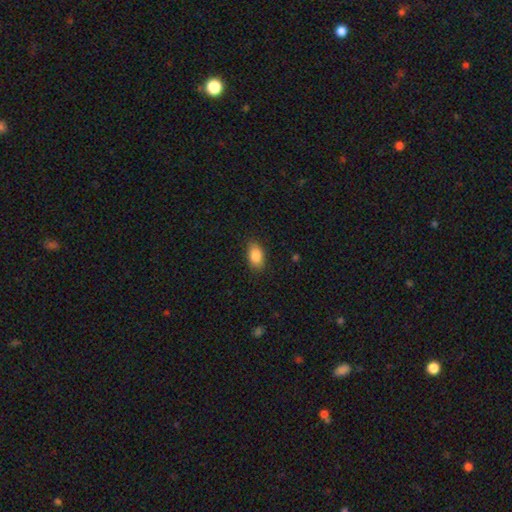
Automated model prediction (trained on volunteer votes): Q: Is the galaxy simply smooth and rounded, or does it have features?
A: smooth — 87%.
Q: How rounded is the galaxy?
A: in between — 89%.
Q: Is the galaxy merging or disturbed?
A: none — 86%.